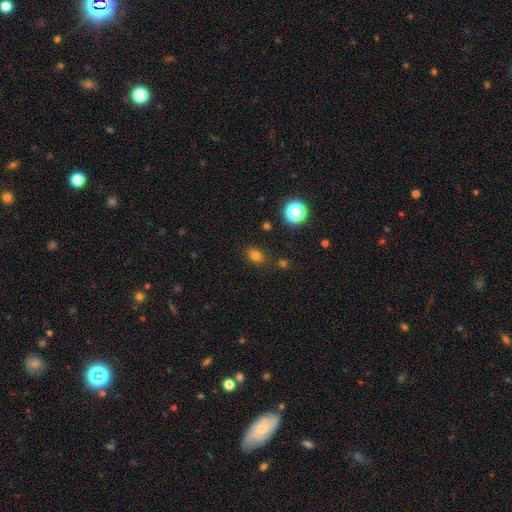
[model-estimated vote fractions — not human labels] smooth_or_featured: smooth (p=0.74) [alt: star or artifact p=0.19]
how_rounded: in between (p=0.58) [alt: round p=0.41]
merging: none (p=0.80) [alt: minor disturbance p=0.12]